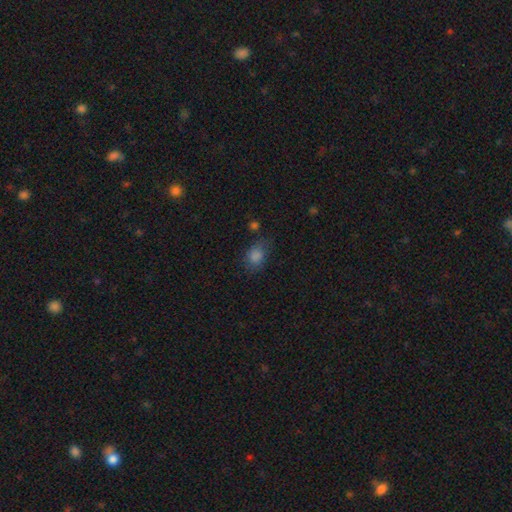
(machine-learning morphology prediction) Smooth or featured? smooth (79%)
How rounded? in between (62%)
Merging? none (59%)